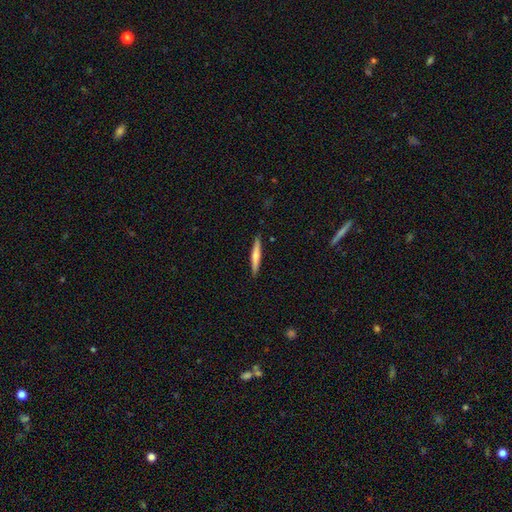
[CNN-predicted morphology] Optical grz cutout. It shows a smooth galaxy with no disk features (56%) that is cigar-shaped (94%). Merging: none (90%).